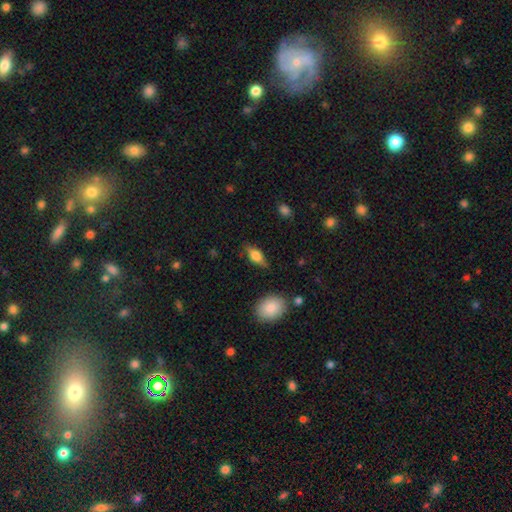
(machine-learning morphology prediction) Q: Smooth or featured?
A: smooth (48%); runner-up: featured or disk (44%)
Q: Merging?
A: none (81%); runner-up: minor disturbance (13%)